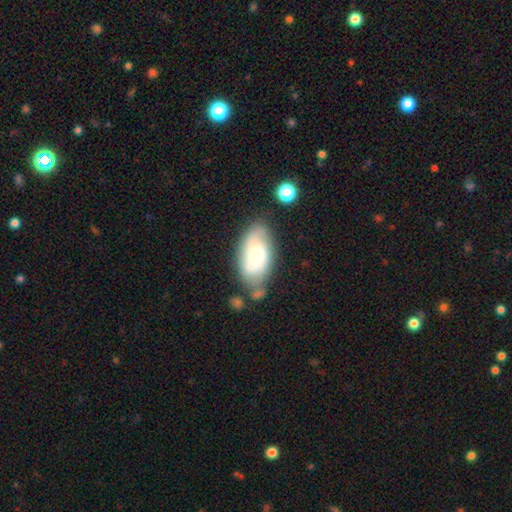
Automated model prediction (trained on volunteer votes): Smooth or featured: featured or disk — 47% (smooth — 46%)
Merging: none — 48% (minor disturbance — 25%)